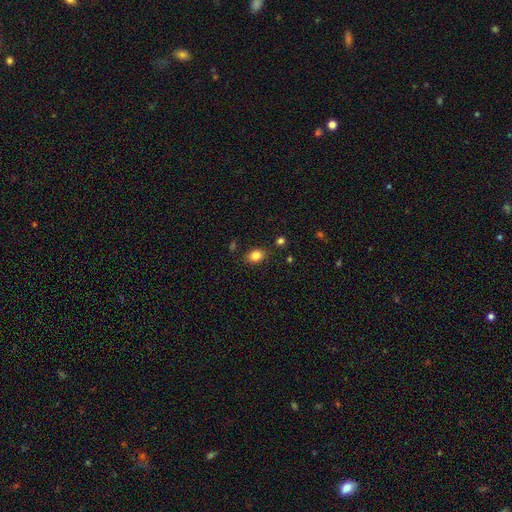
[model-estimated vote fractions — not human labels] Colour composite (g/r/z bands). It shows a smooth galaxy with no disk features (84%) that is in between round and cigar-shaped (72%). Merging: none (83%).